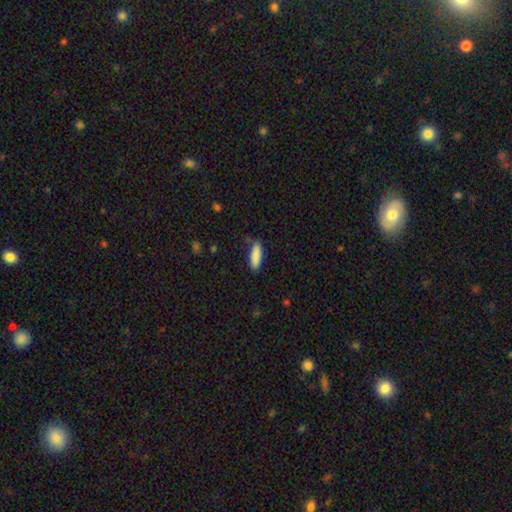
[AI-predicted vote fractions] Smooth or featured? Predicted: smooth (p=0.88). How rounded? Predicted: in between (p=0.51). Merging? Predicted: none (p=0.85).